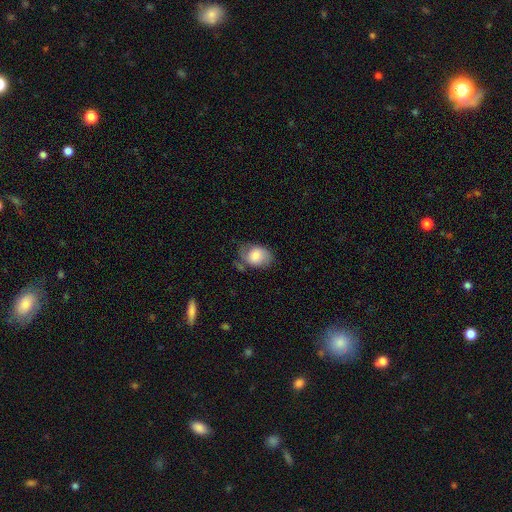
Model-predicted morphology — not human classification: A smooth galaxy with no disk features (77%) that is in between round and cigar-shaped (73%). Merging: none (50%).